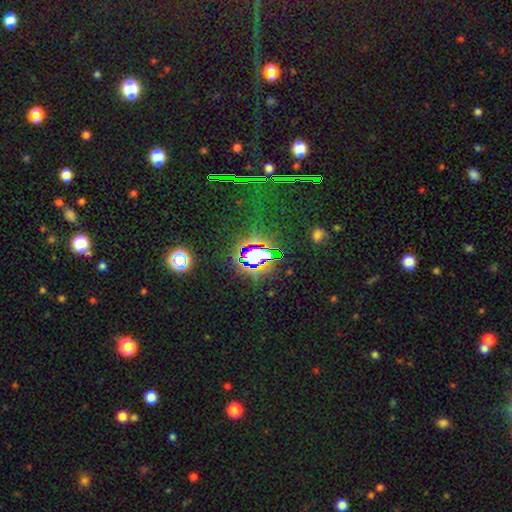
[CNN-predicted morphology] A star or artifact, not a galaxy (73%).